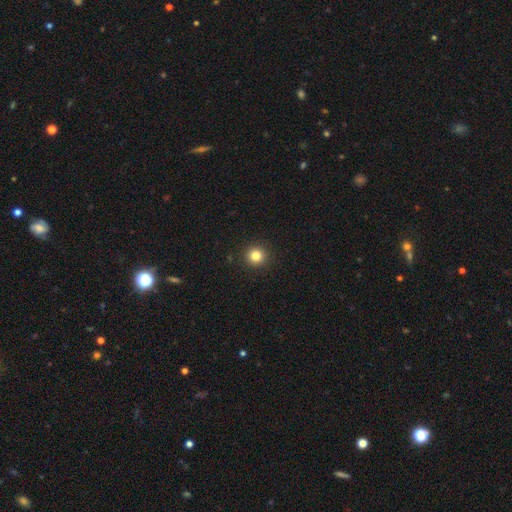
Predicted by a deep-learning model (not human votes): Smooth or featured? smooth (82%)
How rounded? round (94%)
Merging? none (93%)